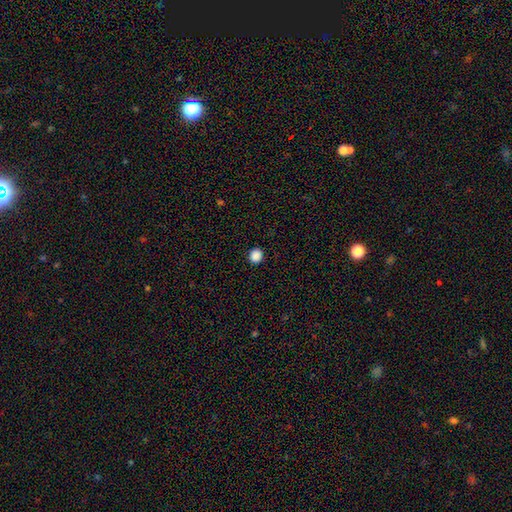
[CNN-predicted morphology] The model was most divided on "smooth or featured": smooth: 88%, star or artifact: 10%, featured or disk: 2%. More confident: merging — none (92%); how rounded — round (89%).